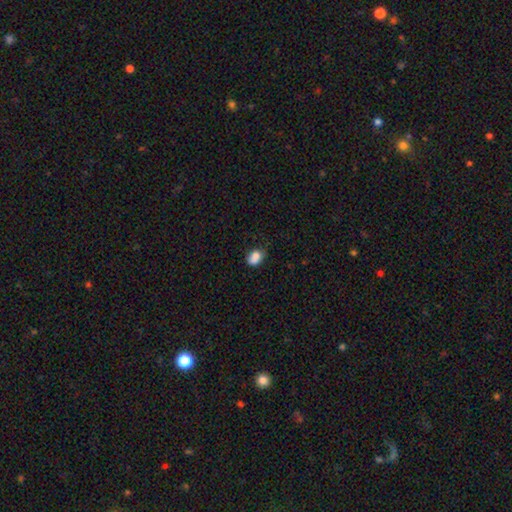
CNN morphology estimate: Smooth or featured?
  - smooth: 84% *
  - star or artifact: 9%
  - featured or disk: 7%
How rounded?
  - in between: 74% *
  - round: 25%
  - cigar-shaped: 1%
Merging?
  - none: 55% *
  - minor disturbance: 31%
  - major disturbance: 7%
  - merger: 6%